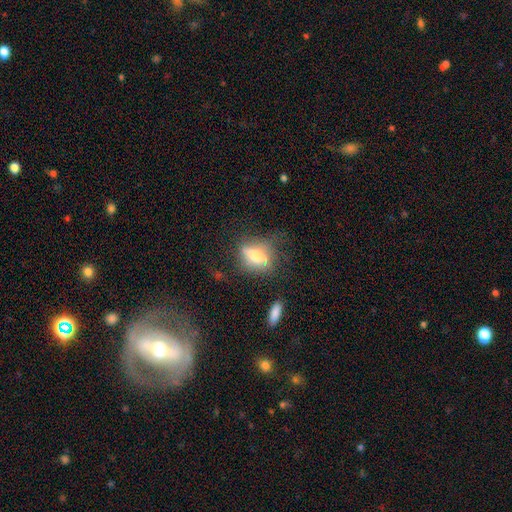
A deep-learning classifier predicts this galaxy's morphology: Smooth or featured? smooth (55%)
How rounded? in between (63%)
Merging? none (59%)